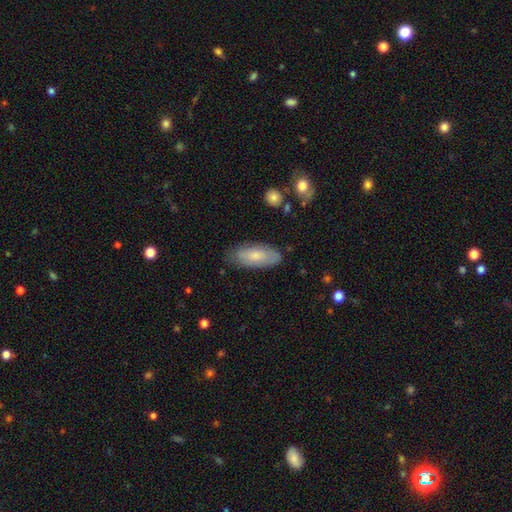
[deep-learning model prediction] Smooth or featured?
  - smooth: 72% *
  - featured or disk: 22%
  - star or artifact: 6%
How rounded?
  - in between: 84% *
  - cigar-shaped: 14%
  - round: 2%
Merging?
  - none: 78% *
  - minor disturbance: 17%
  - major disturbance: 3%
  - merger: 2%